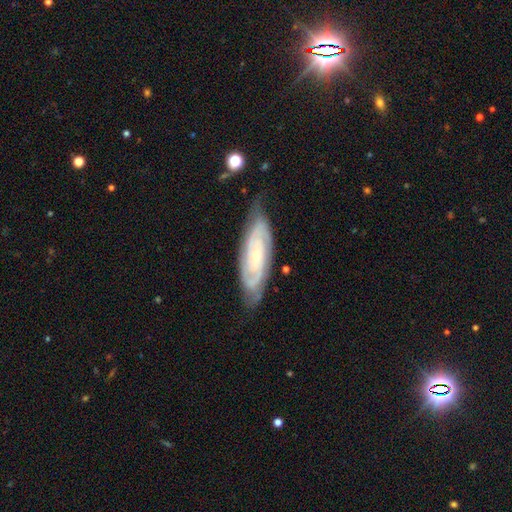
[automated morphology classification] The model was most divided on "spiral arm count": 2: 41%, can't tell: 28%, 3: 18%, 4: 7%, more than 4: 3%, 1: 3%. More confident: spiral arms — yes (96%); edge-on disk — no (90%); smooth or featured — featured or disk (83%); bulge size — small (74%); merging — none (72%); spiral winding — tight (68%); bar — no (66%).